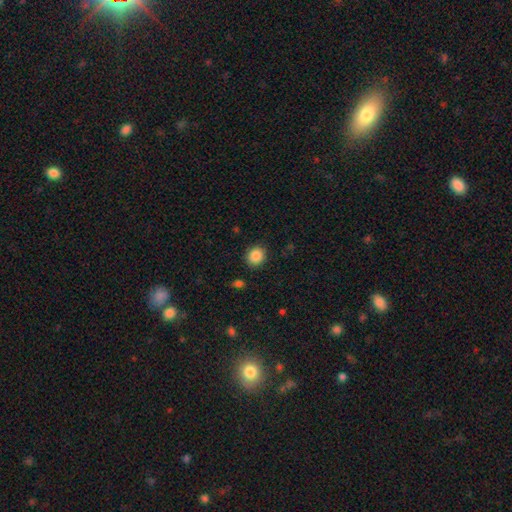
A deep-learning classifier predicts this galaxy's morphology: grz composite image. It shows a smooth galaxy with no disk features (87%) that is round (76%). Merging: none (88%).